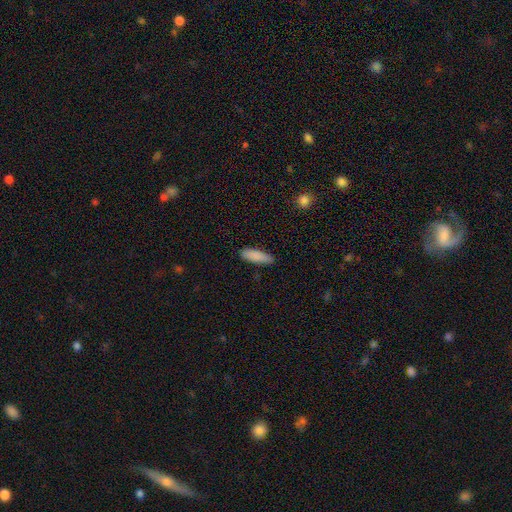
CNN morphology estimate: This appears to be a smooth galaxy with no disk features (87%) that is cigar-shaped (57%). Merging: none (86%).